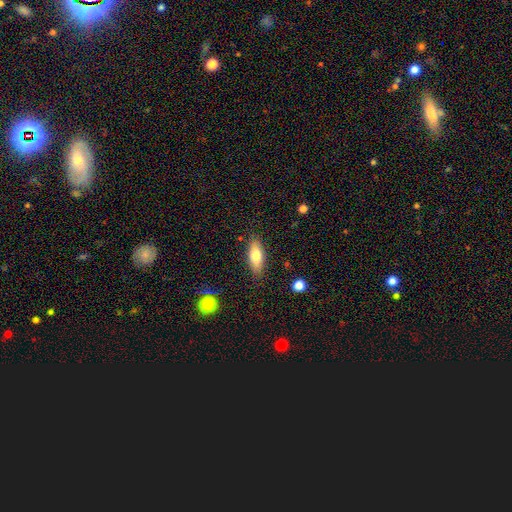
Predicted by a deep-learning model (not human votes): This appears to be a smooth galaxy with no disk features (73%) that is in between round and cigar-shaped (66%). Merging: none (85%).